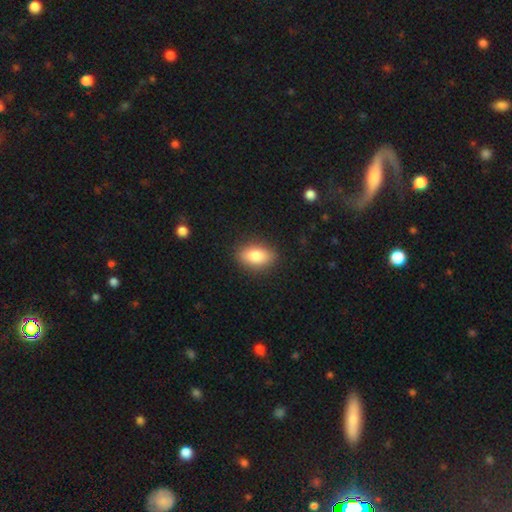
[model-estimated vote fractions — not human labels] Smooth or featured?
  - smooth: 85% *
  - featured or disk: 8%
  - star or artifact: 7%
How rounded?
  - in between: 89% *
  - round: 9%
  - cigar-shaped: 3%
Merging?
  - none: 87% *
  - minor disturbance: 9%
  - major disturbance: 2%
  - merger: 1%